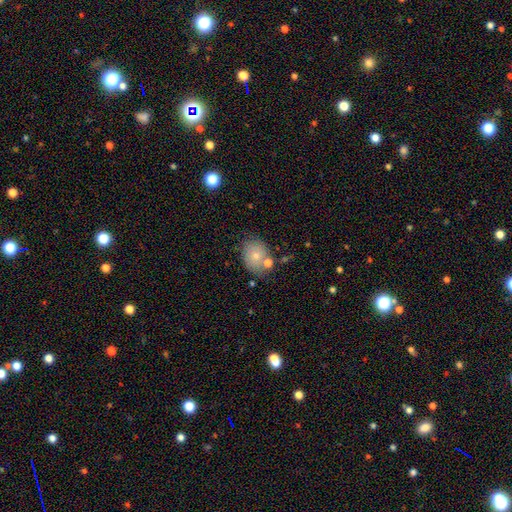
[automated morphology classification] smooth-or-featured: smooth: 72% | featured or disk: 19% | star or artifact: 9%
  how-rounded: in between: 54% | round: 45% | cigar-shaped: 1%
  merging: none: 63% | minor disturbance: 16% | merger: 16% | major disturbance: 5%